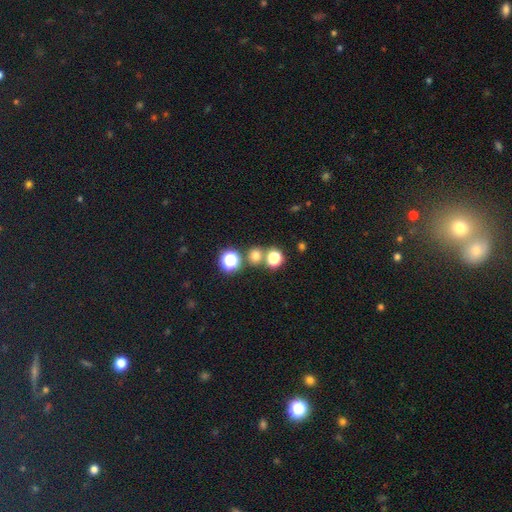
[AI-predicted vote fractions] This is likely a smooth galaxy (67%). How rounded: clearly round (85%). Merging: likely none (67%).